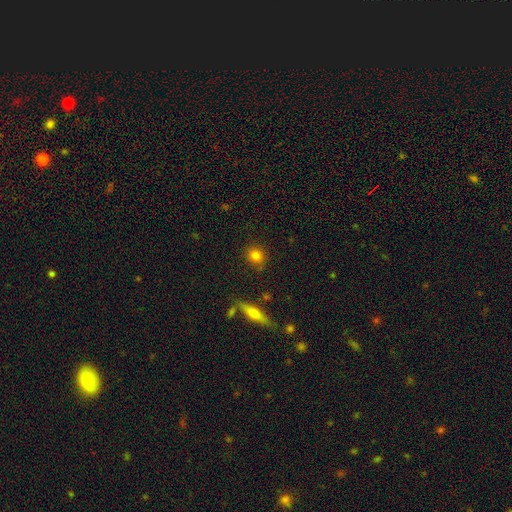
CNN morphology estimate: smooth_or_featured: smooth (p=0.81) [alt: star or artifact p=0.11]
how_rounded: round (p=0.80) [alt: in between p=0.17]
merging: none (p=0.85) [alt: minor disturbance p=0.10]